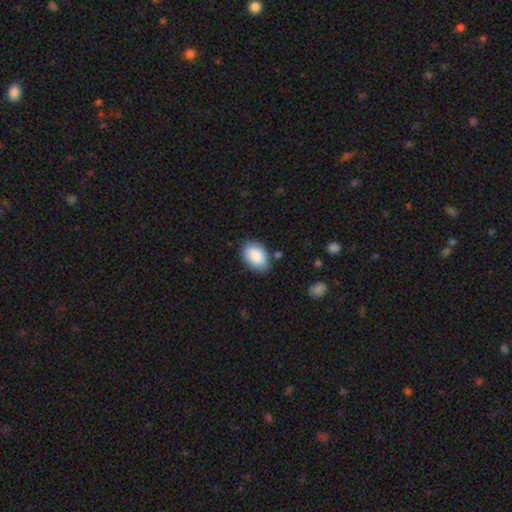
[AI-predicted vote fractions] Smooth or featured? Predicted: smooth (p=0.87). How rounded? Predicted: in between (p=0.88). Merging? Predicted: none (p=0.80).